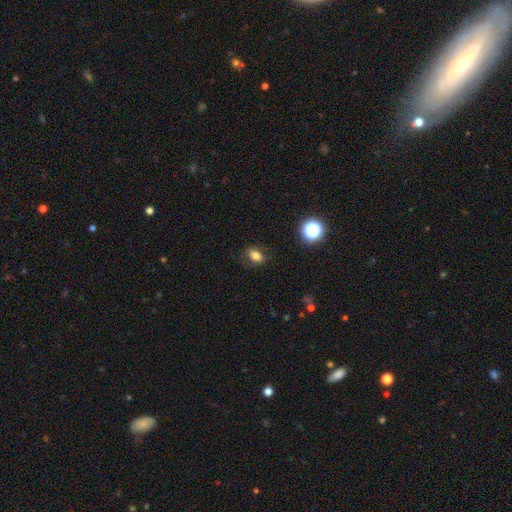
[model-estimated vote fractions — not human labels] Smooth or featured: smooth — 78% (star or artifact — 13%)
How rounded: in between — 78% (round — 20%)
Merging: none — 80% (minor disturbance — 15%)